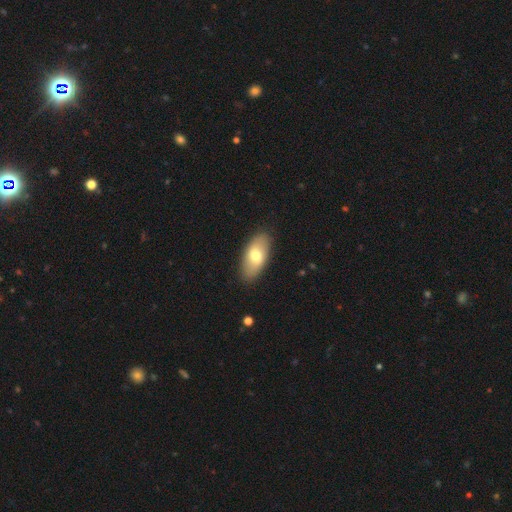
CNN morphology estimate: Smooth or featured? smooth (70%)
How rounded? in between (91%)
Merging? none (87%)